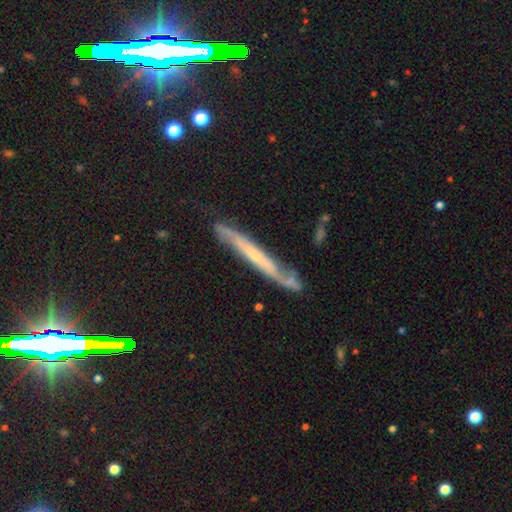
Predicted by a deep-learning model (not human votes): smooth_or_featured: featured or disk (p=0.63) [alt: smooth p=0.26]
disk_edge_on: yes (p=0.75) [alt: no p=0.25]
merging: none (p=0.66) [alt: minor disturbance p=0.23]